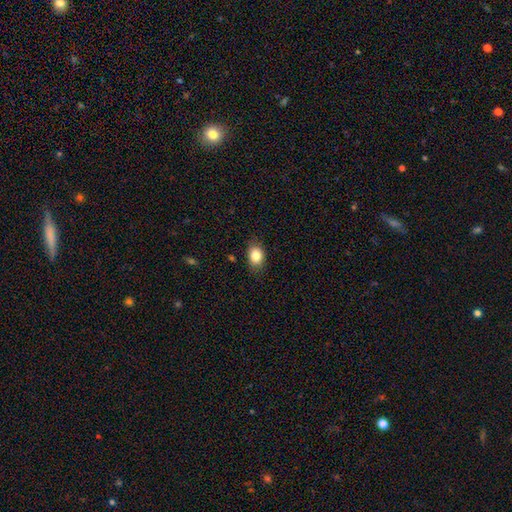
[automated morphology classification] This appears to be a smooth galaxy with no disk features (84%) that is in between round and cigar-shaped (71%). Merging: none (82%).